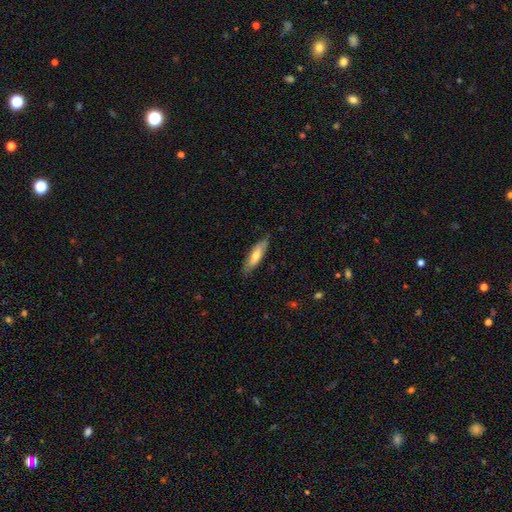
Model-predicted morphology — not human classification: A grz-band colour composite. It shows a smooth galaxy with no disk features (59%) that is cigar-shaped (57%). Merging: none (80%).